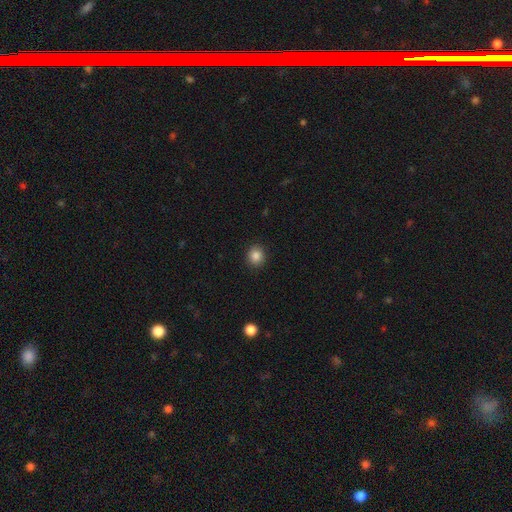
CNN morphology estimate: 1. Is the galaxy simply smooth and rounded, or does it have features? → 86% smooth, 10% star or artifact, 4% featured or disk.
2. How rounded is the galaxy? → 85% round, 14% in between, 1% cigar-shaped.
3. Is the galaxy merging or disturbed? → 91% none, 6% minor disturbance, 2% major disturbance, 1% merger.